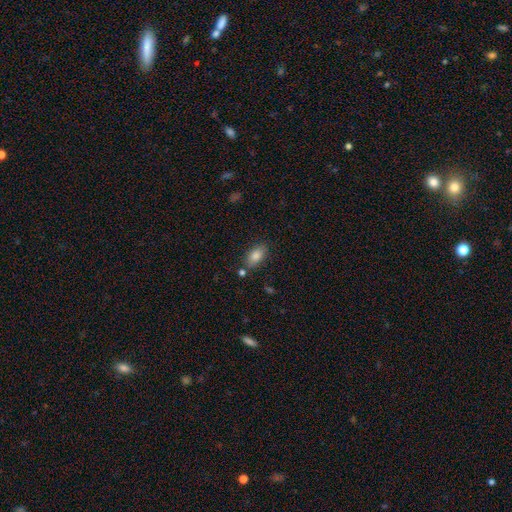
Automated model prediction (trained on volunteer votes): Morphology: type=smooth (83%); roundness=in between (90%); merging=none (78%).